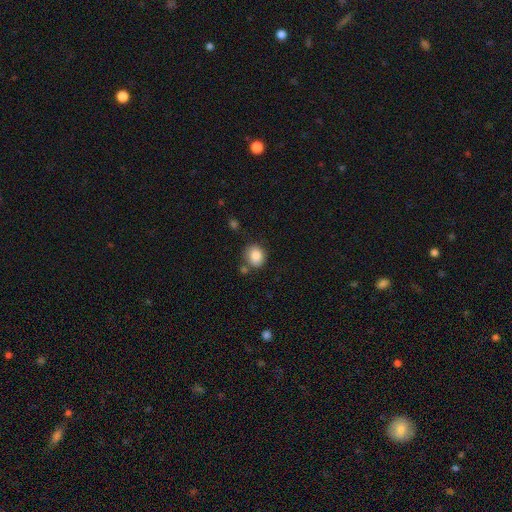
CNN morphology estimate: Smooth or featured? Predicted: smooth (p=0.85). How rounded? Predicted: round (p=0.72). Merging? Predicted: none (p=0.70).